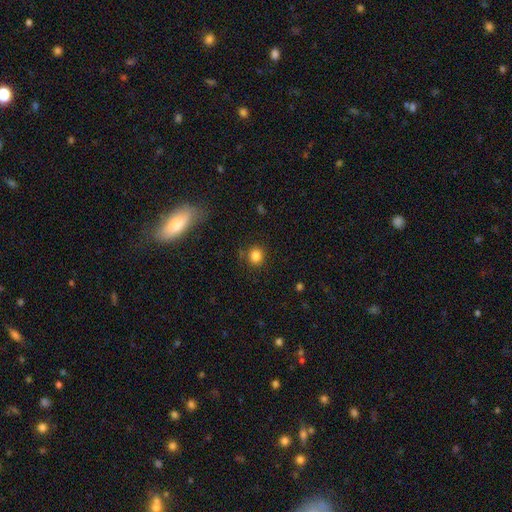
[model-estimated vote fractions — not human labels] smooth 83%, star or artifact 12%, featured or disk 5%. Down the decision tree: how rounded — round (84%); merging — none (85%).